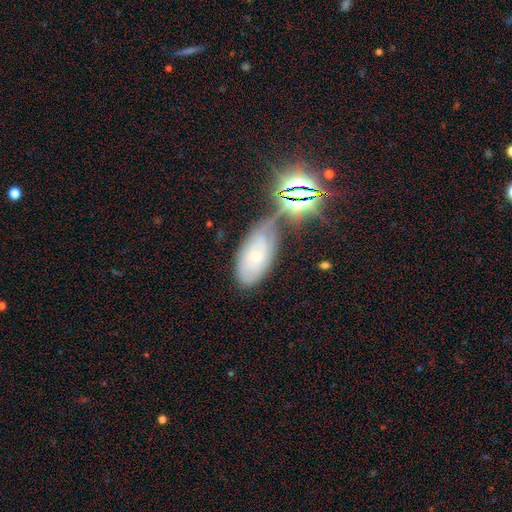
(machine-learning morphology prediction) This is possibly a featured or disk galaxy (48%). Merging: possibly none (56%).